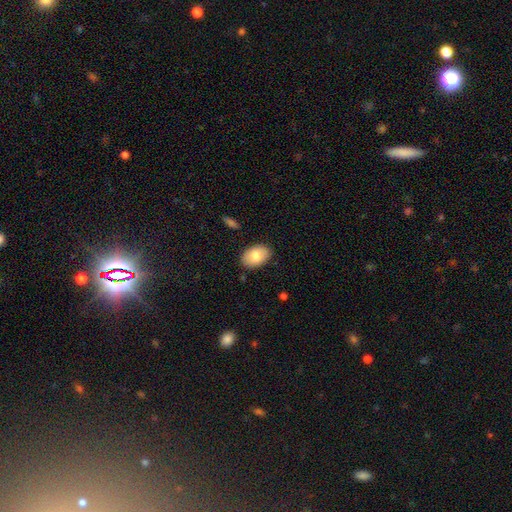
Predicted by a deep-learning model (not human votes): Smooth or featured?
  - smooth: 81% *
  - featured or disk: 12%
  - star or artifact: 6%
How rounded?
  - in between: 88% *
  - round: 11%
  - cigar-shaped: 1%
Merging?
  - none: 87% *
  - minor disturbance: 10%
  - major disturbance: 2%
  - merger: 1%